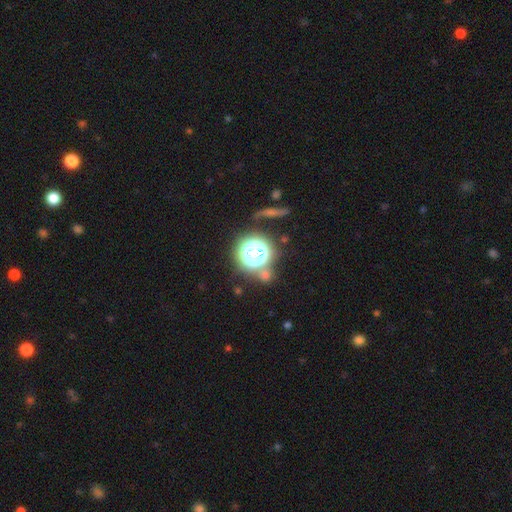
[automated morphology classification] A smooth galaxy with no disk features (46%).

Vote fractions:
- Smooth or featured? smooth: 46% / star or artifact: 36% / featured or disk: 18%
- Merging? none: 62% / merger: 15% / minor disturbance: 13% / major disturbance: 10%